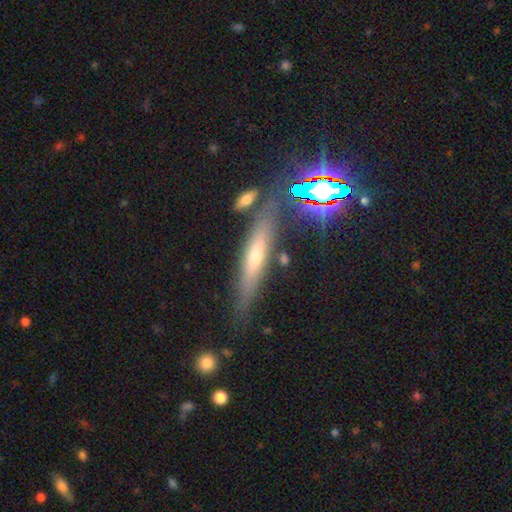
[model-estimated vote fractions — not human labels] smooth-or-featured: featured or disk: 45% | smooth: 42% | star or artifact: 13%
  merging: none: 75% | minor disturbance: 14% | merger: 7% | major disturbance: 4%